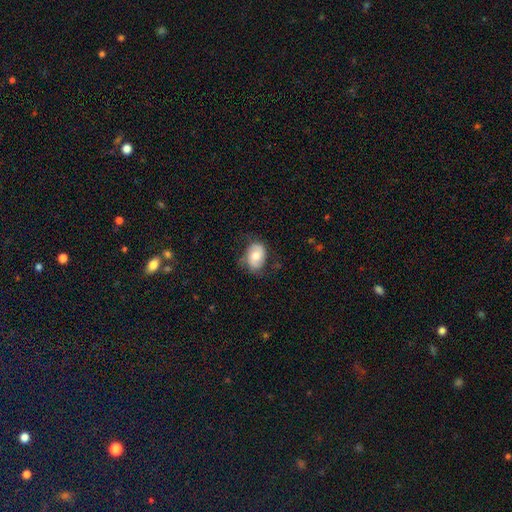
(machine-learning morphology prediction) This is likely a smooth galaxy (61%). How rounded: likely in between (72%). Merging: likely none (66%).